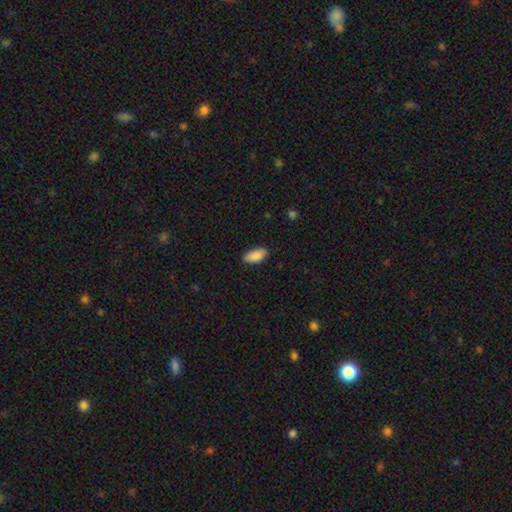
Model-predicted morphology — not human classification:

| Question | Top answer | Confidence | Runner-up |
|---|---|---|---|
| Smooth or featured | smooth | 90% | star or artifact (6%) |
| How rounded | in between | 91% | cigar-shaped (7%) |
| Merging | none | 86% | minor disturbance (11%) |